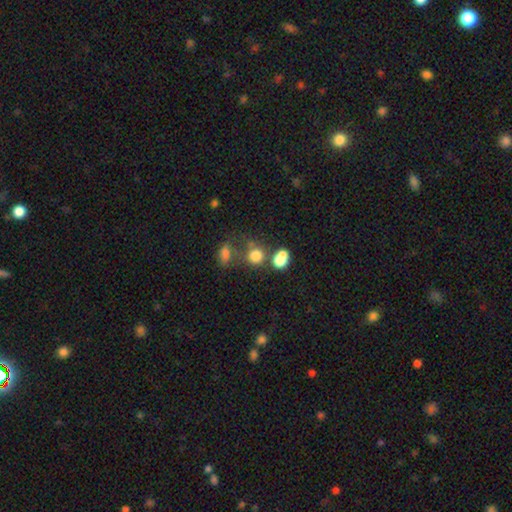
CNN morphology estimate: Q: Smooth or featured?
A: smooth (76%); runner-up: star or artifact (15%)
Q: How rounded?
A: round (76%); runner-up: in between (23%)
Q: Merging?
A: none (48%); runner-up: merger (33%)